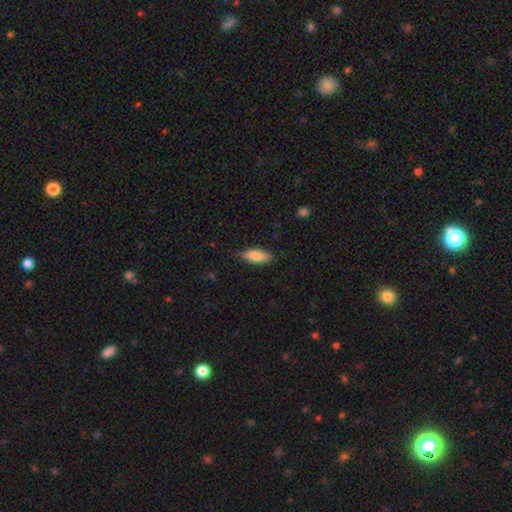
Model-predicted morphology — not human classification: smooth-or-featured: smooth: 82% | featured or disk: 12% | star or artifact: 6%
  how-rounded: in between: 73% | cigar-shaped: 25% | round: 2%
  merging: none: 83% | minor disturbance: 14% | major disturbance: 3% | merger: 1%